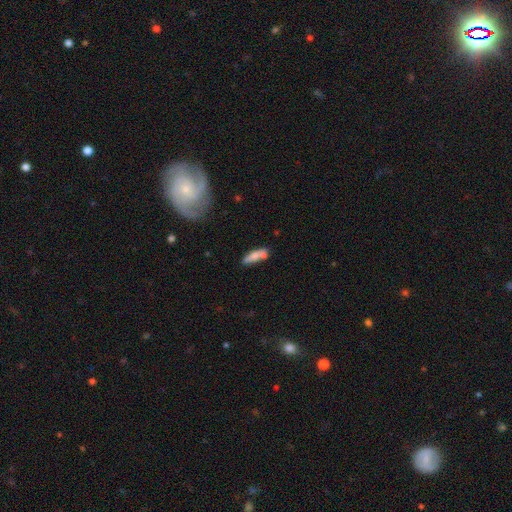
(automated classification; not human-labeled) This appears to be a smooth galaxy with no disk features (71%) that is cigar-shaped (61%). Merging: none (55%).